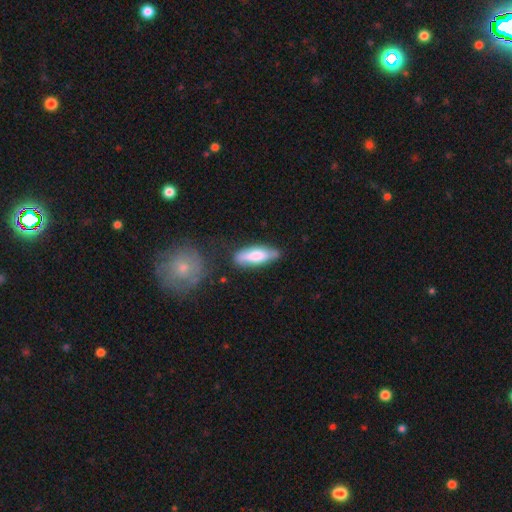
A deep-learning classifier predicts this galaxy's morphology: Smooth or featured: smooth — 70% (featured or disk — 25%)
How rounded: in between — 56% (cigar-shaped — 42%)
Merging: none — 71% (minor disturbance — 20%)